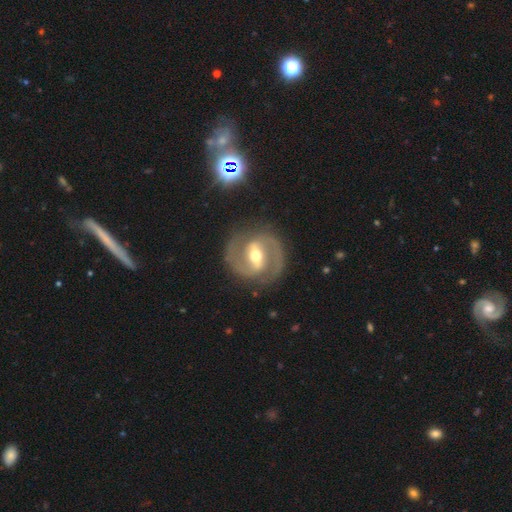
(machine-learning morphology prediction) Smooth or featured: featured or disk — 88% (smooth — 7%)
Edge-on disk: no — 97% (yes — 3%)
Bar: strong — 54% (weak — 35%)
Spiral arms: yes — 94% (no — 6%)
Spiral winding: medium — 55% (tight — 34%)
Spiral arm count: 2 — 92% (can't tell — 3%)
Bulge size: moderate — 72% (small — 20%)
Merging: none — 84% (minor disturbance — 10%)